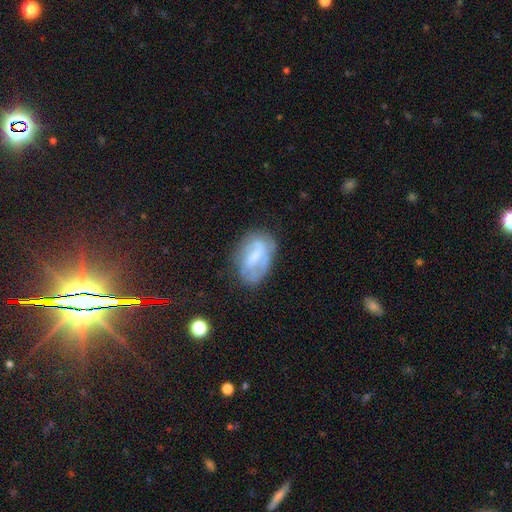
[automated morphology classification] Smooth or featured? Predicted: featured or disk (p=0.57). Edge-on disk? Predicted: no (p=0.95). Bar? Predicted: weak (p=0.47). Spiral arms? Predicted: yes (p=0.56). Bulge size? Predicted: small (p=0.41). Merging? Predicted: none (p=0.59).